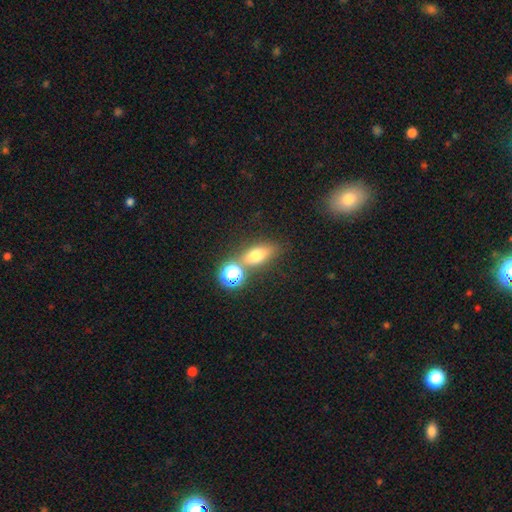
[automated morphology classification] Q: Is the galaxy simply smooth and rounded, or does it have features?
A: smooth — 63%.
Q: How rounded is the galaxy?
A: in between — 59%.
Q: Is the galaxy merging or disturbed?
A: none — 67%.